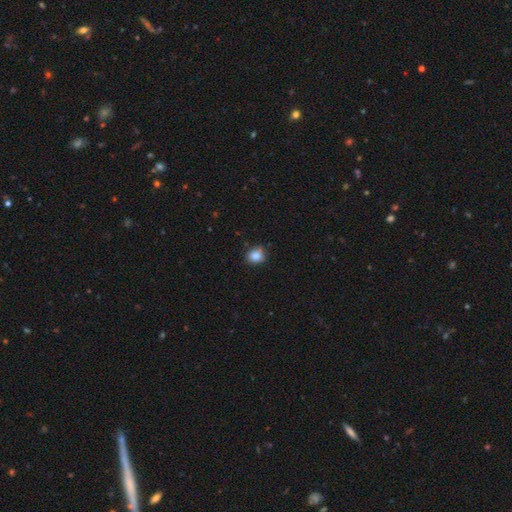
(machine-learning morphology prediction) smooth 83%, star or artifact 10%, featured or disk 7%. Down the decision tree: how rounded — round (67%); merging — none (76%).